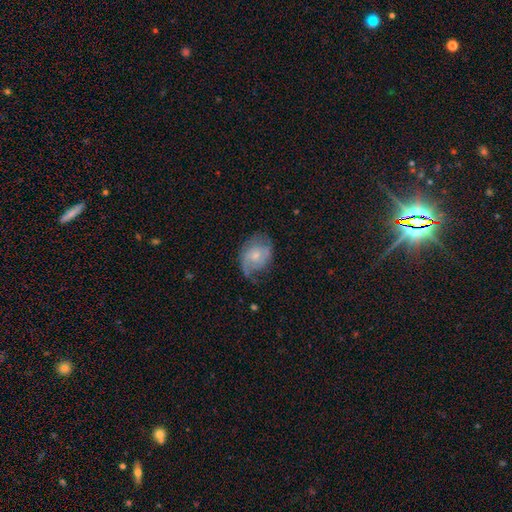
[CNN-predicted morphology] Smooth or featured?
  - featured or disk: 58% *
  - smooth: 34%
  - star or artifact: 7%
Edge-on disk?
  - no: 97% *
  - yes: 3%
Bar?
  - no: 72% *
  - weak: 25%
  - strong: 3%
Spiral arms?
  - yes: 80% *
  - no: 20%
Bulge size?
  - small: 54% *
  - moderate: 38%
  - none: 5%
  - large: 3%
  - dominant: 1%
Merging?
  - none: 52% *
  - minor disturbance: 29%
  - major disturbance: 17%
  - merger: 2%